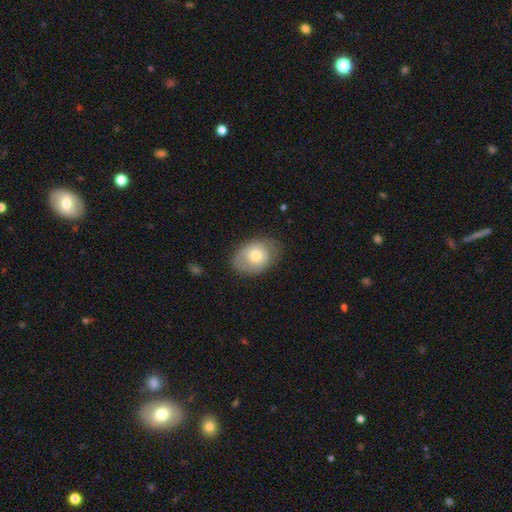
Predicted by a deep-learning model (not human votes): A smooth galaxy with no disk features (68%) that is in between round and cigar-shaped (72%). Merging: none (72%).